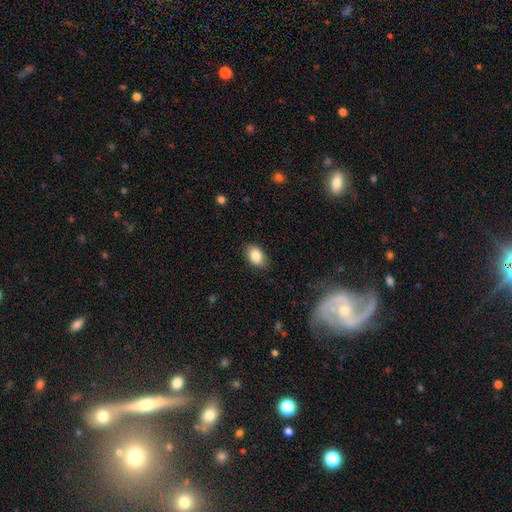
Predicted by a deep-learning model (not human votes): This is clearly a smooth galaxy (85%). How rounded: clearly in between (87%). Merging: clearly none (85%).